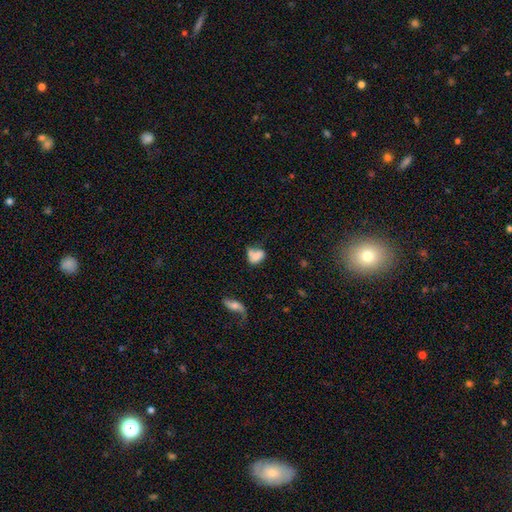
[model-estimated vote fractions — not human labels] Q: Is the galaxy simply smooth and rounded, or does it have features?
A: smooth — 71%.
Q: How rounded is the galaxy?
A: in between — 80%.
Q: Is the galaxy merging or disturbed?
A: merger — 31%.